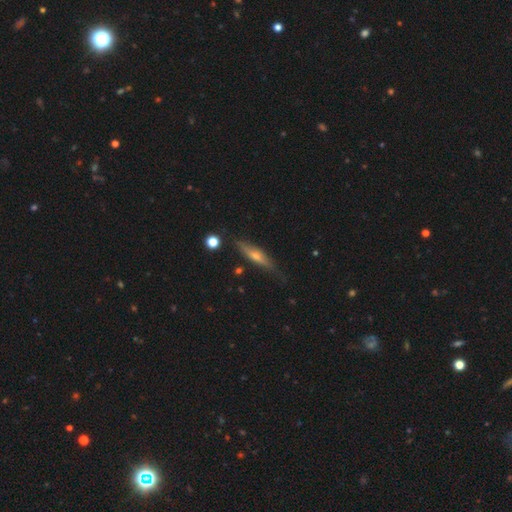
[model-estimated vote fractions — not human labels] A featured or disk galaxy (61%) viewed edge-on (91%) with a rounded central bulge (81%).

Vote fractions:
- Smooth or featured? featured or disk: 61% / smooth: 31% / star or artifact: 8%
- Edge-on disk? yes: 91% / no: 9%
- Edge-on bulge? rounded: 81% / none: 13% / boxy: 6%
- Merging? none: 80% / minor disturbance: 15% / major disturbance: 3% / merger: 2%